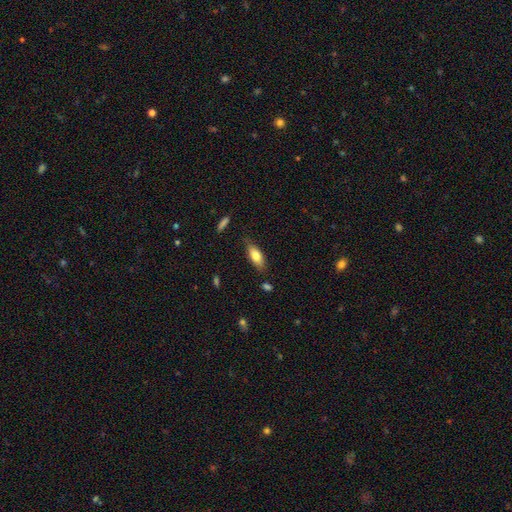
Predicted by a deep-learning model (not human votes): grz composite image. It shows a smooth galaxy with no disk features (75%) that is in between round and cigar-shaped (76%). Merging: none (76%).